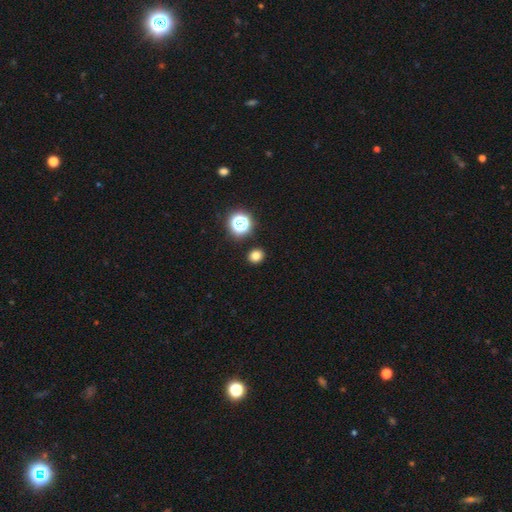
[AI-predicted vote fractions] Morphology: type=smooth (79%); roundness=round (74%); merging=none (90%).